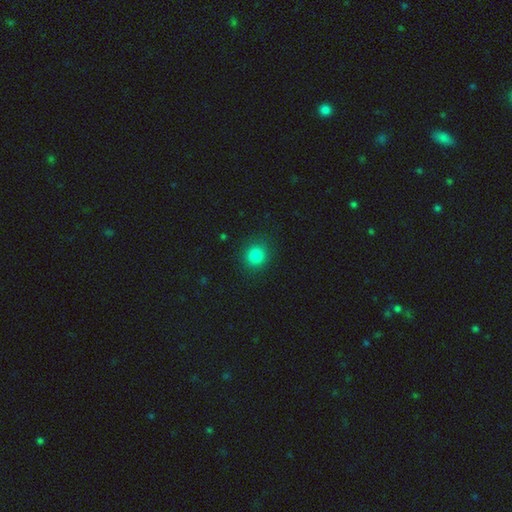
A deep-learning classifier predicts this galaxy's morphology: smooth 83%, star or artifact 12%, featured or disk 4%. Down the decision tree: how rounded — round (90%); merging — none (89%).